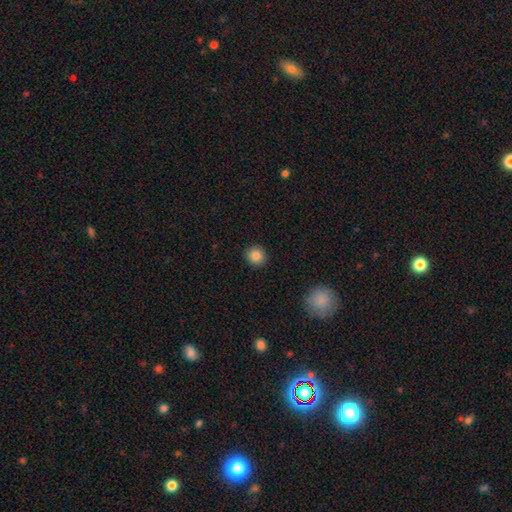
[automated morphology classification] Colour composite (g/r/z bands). It shows a smooth galaxy with no disk features (85%) that is round (92%). Merging: none (92%).